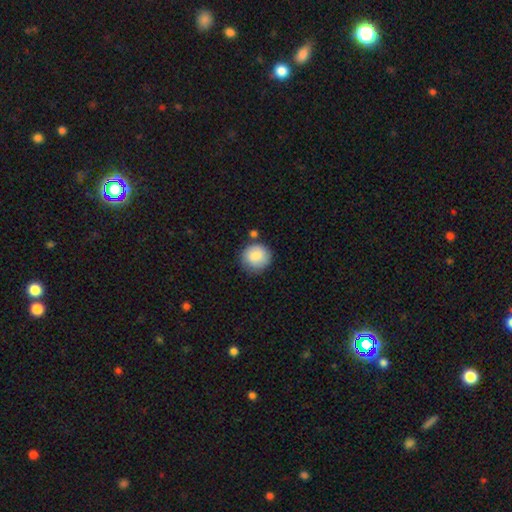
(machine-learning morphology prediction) smooth-or-featured: smooth: 84% | featured or disk: 9% | star or artifact: 7%
  how-rounded: round: 90% | in between: 9% | cigar-shaped: 1%
  merging: none: 77% | minor disturbance: 14% | merger: 6% | major disturbance: 3%